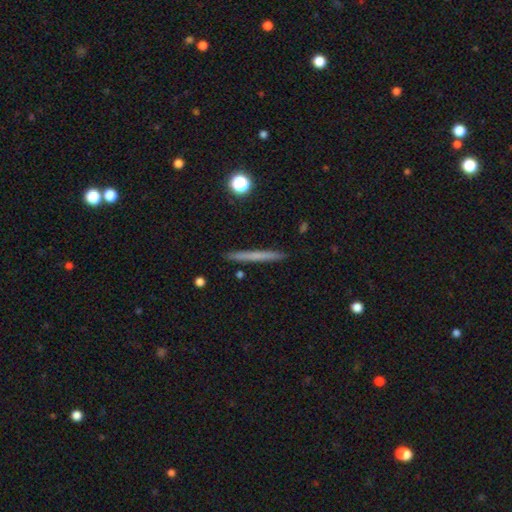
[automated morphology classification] The model was most divided on "smooth or featured": smooth: 58%, featured or disk: 35%, star or artifact: 7%. More confident: how rounded — cigar-shaped (96%); merging — none (92%).